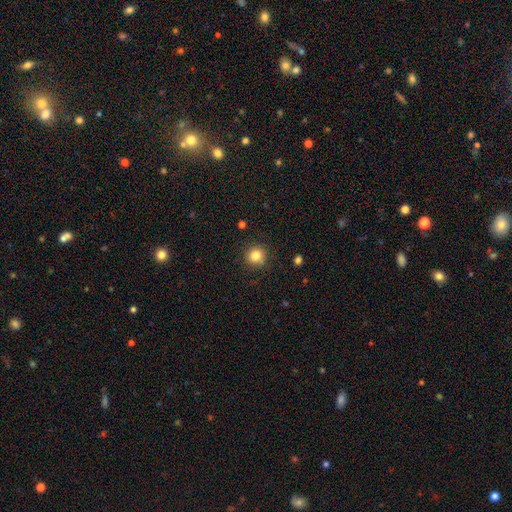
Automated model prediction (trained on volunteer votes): smooth_or_featured: smooth (p=0.83) [alt: star or artifact p=0.11]
how_rounded: round (p=0.90) [alt: in between p=0.09]
merging: none (p=0.88) [alt: minor disturbance p=0.09]